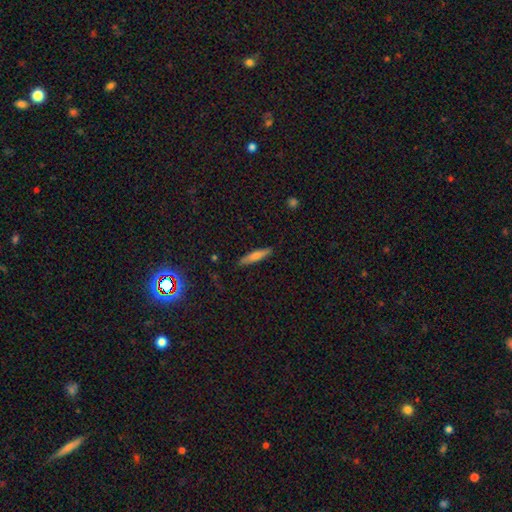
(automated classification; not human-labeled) A smooth galaxy with no disk features (62%) that is cigar-shaped (85%).

Vote fractions:
- Smooth or featured? smooth: 62% / featured or disk: 29% / star or artifact: 8%
- How rounded? cigar-shaped: 85% / in between: 13% / round: 2%
- Merging? none: 87% / minor disturbance: 10% / major disturbance: 2% / merger: 1%